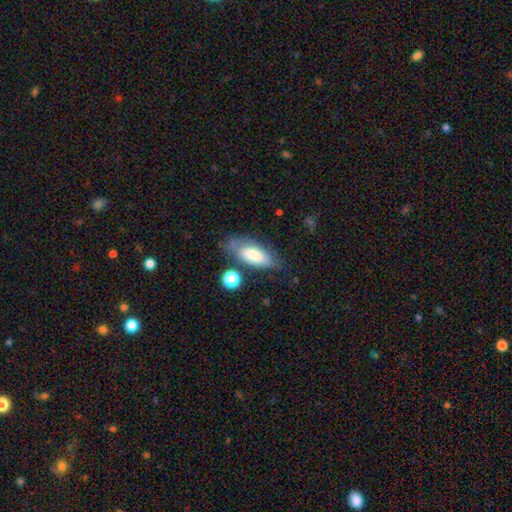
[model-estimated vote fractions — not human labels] Smooth or featured? smooth (70%)
How rounded? in between (79%)
Merging? none (60%)